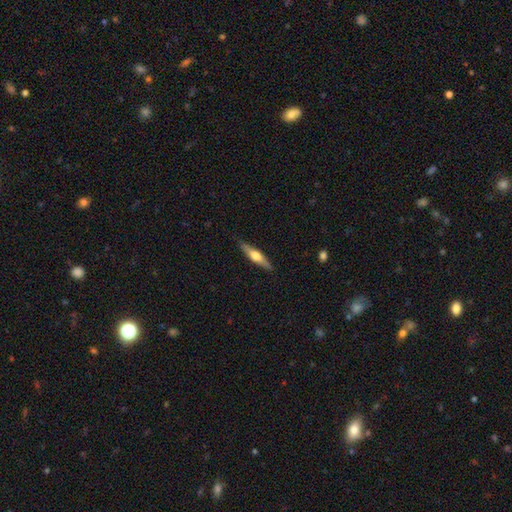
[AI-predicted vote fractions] This is possibly a featured or disk galaxy (53%). It is clearly viewed edge-on (92%). Merging: clearly none (86%).